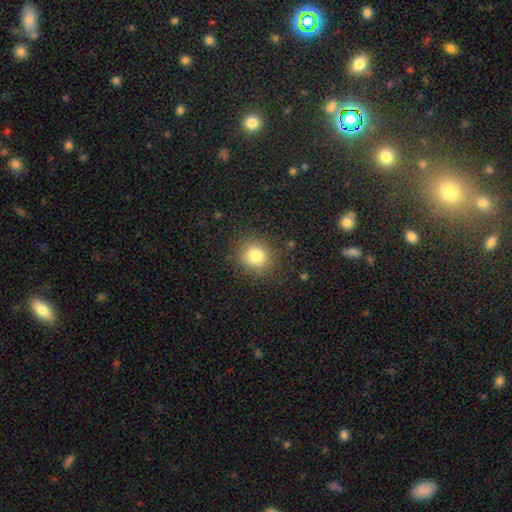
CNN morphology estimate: This is likely a smooth galaxy (80%). How rounded: clearly round (84%). Merging: clearly none (83%).